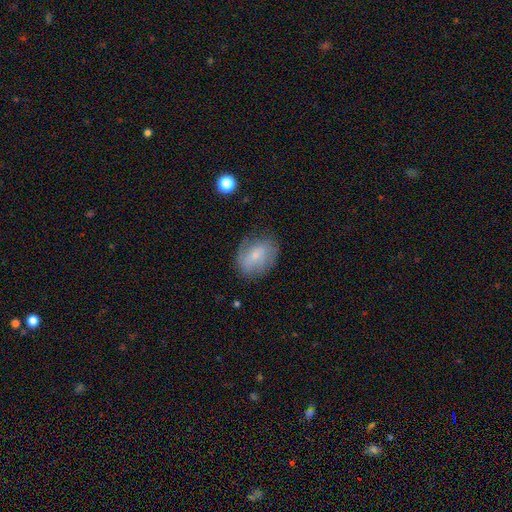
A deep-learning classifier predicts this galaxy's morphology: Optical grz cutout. It shows a smooth galaxy with no disk features (53%) that is in between round and cigar-shaped (68%). Merging: none (68%).